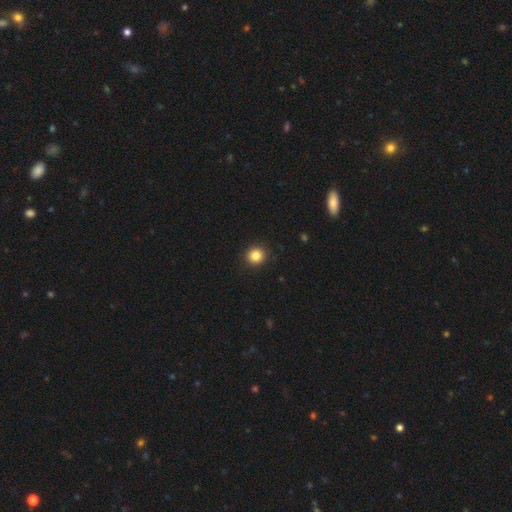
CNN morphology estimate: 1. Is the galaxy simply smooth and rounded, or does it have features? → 84% smooth, 11% star or artifact, 5% featured or disk.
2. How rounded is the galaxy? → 92% round, 7% in between, 1% cigar-shaped.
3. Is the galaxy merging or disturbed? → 92% none, 6% minor disturbance, 2% major disturbance, 1% merger.